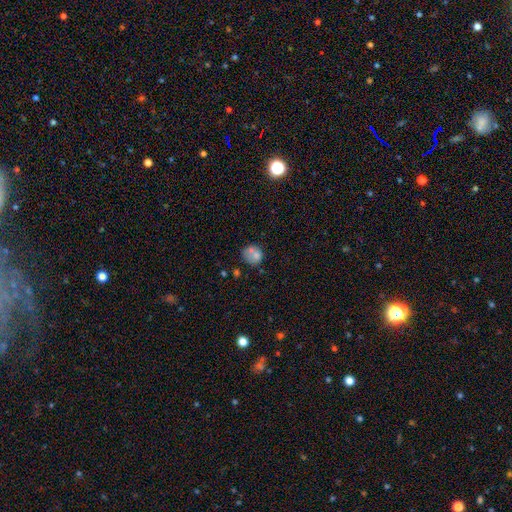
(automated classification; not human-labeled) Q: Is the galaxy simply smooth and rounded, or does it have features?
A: smooth — 69%.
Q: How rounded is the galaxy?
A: round — 68%.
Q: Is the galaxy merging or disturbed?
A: none — 45%.